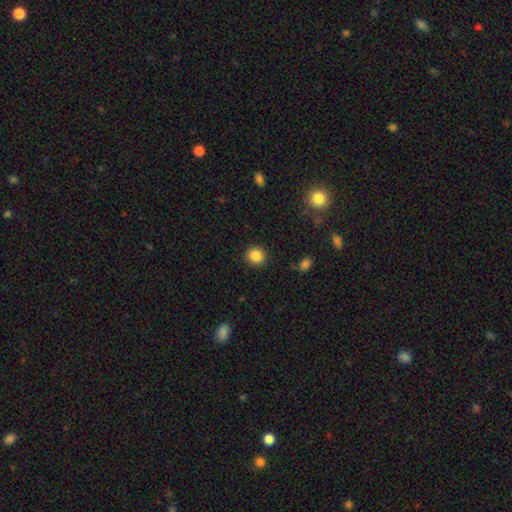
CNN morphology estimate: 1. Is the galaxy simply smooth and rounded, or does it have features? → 85% smooth, 10% star or artifact, 4% featured or disk.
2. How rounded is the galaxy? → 89% round, 10% in between, 1% cigar-shaped.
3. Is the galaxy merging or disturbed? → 91% none, 6% minor disturbance, 2% major disturbance, 1% merger.